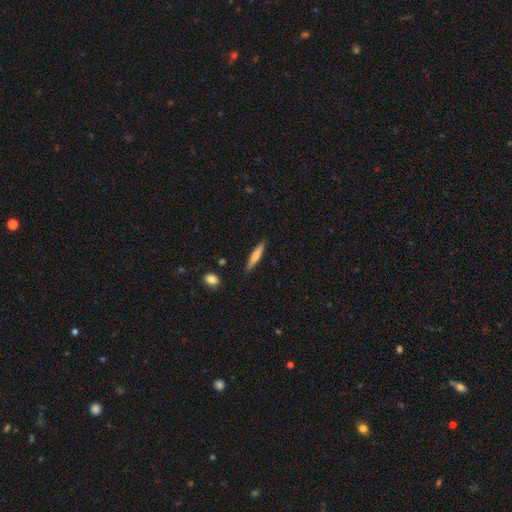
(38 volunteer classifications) Morphology: type=smooth (61%); roundness=cigar-shaped (91%); merging=none (94%).